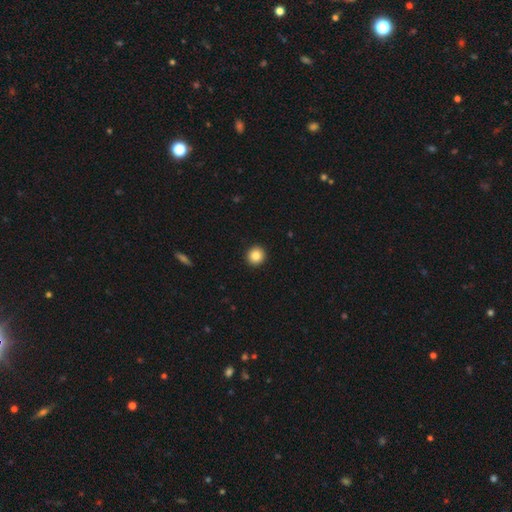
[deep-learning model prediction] smooth_or_featured: smooth (p=0.85) [alt: star or artifact p=0.10]
how_rounded: round (p=0.94) [alt: in between p=0.05]
merging: none (p=0.94) [alt: minor disturbance p=0.04]